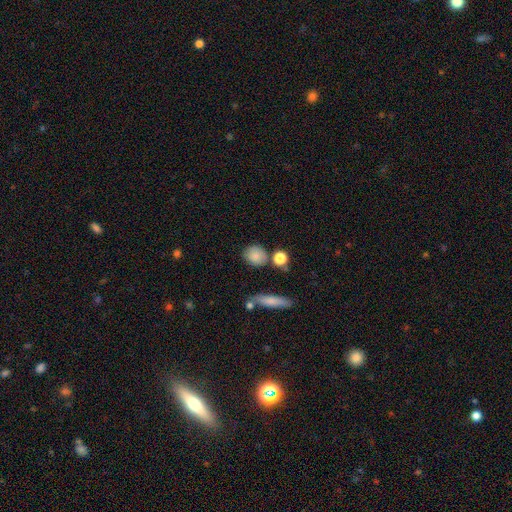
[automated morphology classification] Smooth or featured? smooth (83%)
How rounded? round (76%)
Merging? none (75%)